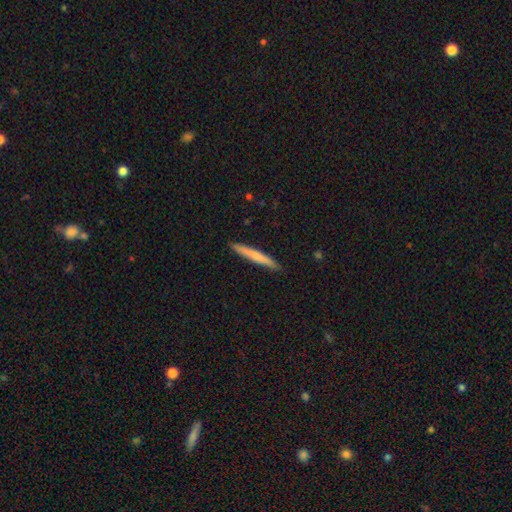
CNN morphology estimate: A smooth galaxy with no disk features (68%) that is cigar-shaped (96%). Merging: none (91%).